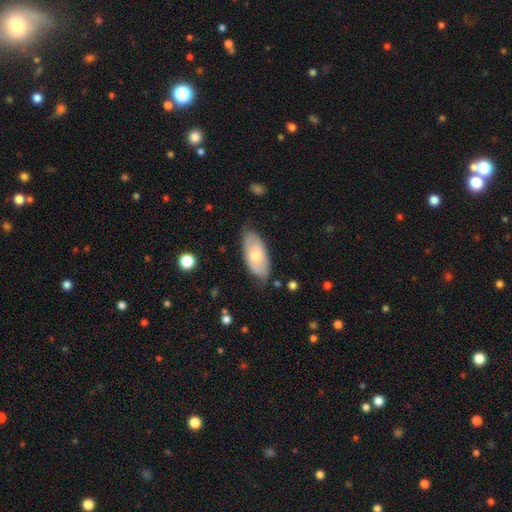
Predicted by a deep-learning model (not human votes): smooth_or_featured: smooth (p=0.57) [alt: featured or disk p=0.38]
how_rounded: in between (p=0.91) [alt: cigar-shaped p=0.06]
merging: none (p=0.70) [alt: minor disturbance p=0.24]